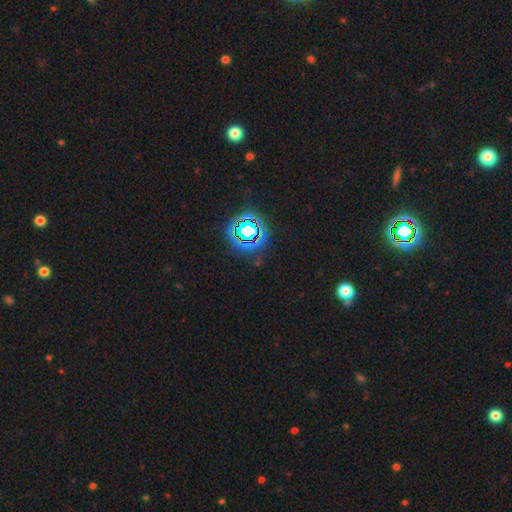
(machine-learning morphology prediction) Smooth or featured: star or artifact — 80% (smooth — 11%)